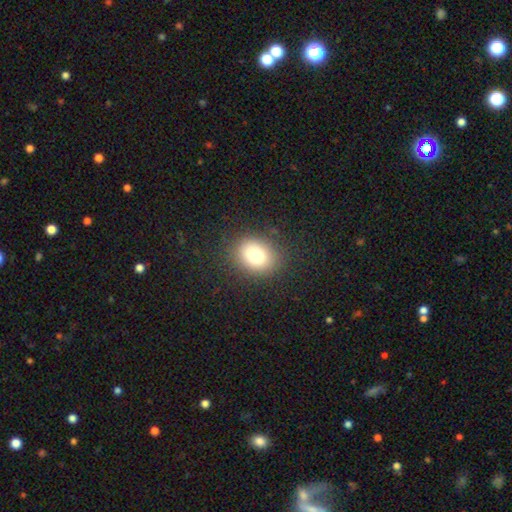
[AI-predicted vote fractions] smooth_or_featured: smooth (p=0.77) [alt: star or artifact p=0.13]
how_rounded: round (p=0.59) [alt: in between p=0.40]
merging: none (p=0.86) [alt: minor disturbance p=0.09]